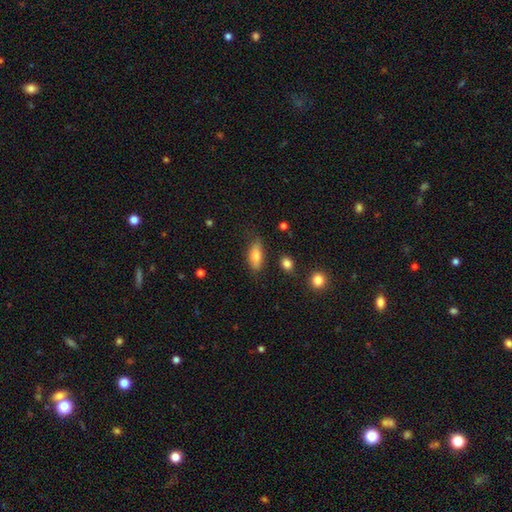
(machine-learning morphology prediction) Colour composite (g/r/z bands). It shows a smooth galaxy with no disk features (78%) that is in between round and cigar-shaped (80%). Merging: none (74%).